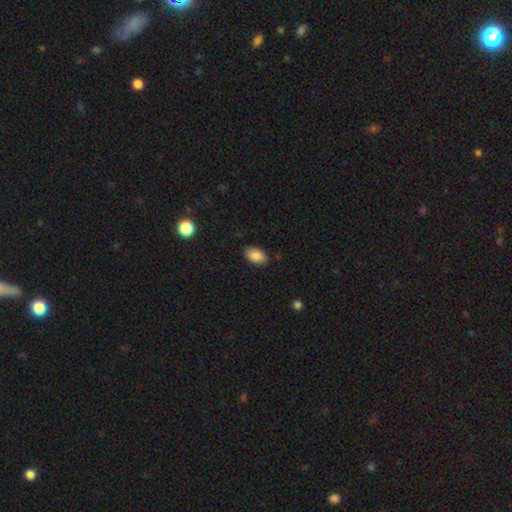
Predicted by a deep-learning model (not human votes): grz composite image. It shows a smooth galaxy with no disk features (87%) that is in between round and cigar-shaped (91%). Merging: none (84%).